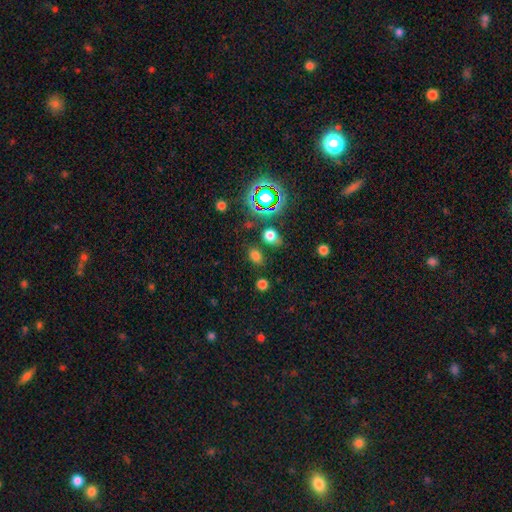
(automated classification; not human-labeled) A smooth galaxy with no disk features (72%) that is in between round and cigar-shaped (68%).

Vote fractions:
- Smooth or featured? smooth: 72% / star or artifact: 22% / featured or disk: 7%
- How rounded? in between: 68% / round: 30% / cigar-shaped: 1%
- Merging? none: 78% / minor disturbance: 12% / merger: 6% / major disturbance: 4%